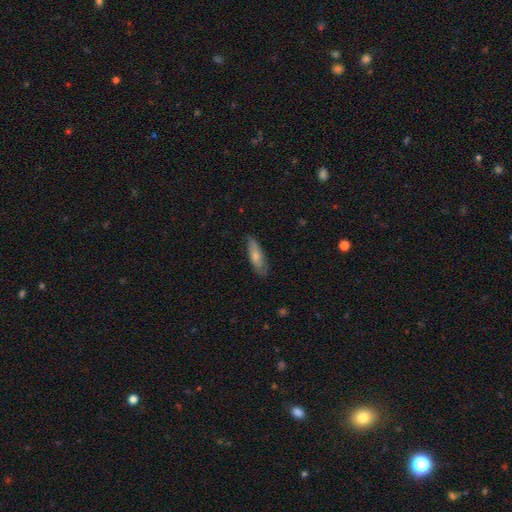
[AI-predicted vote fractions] Smooth or featured? smooth (69%)
How rounded? in between (62%)
Merging? none (75%)